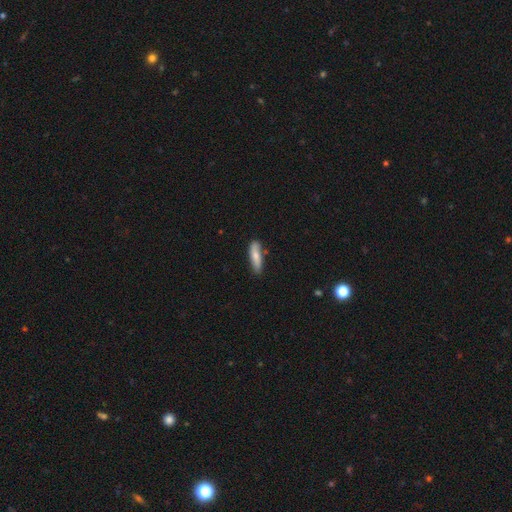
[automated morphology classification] Smooth or featured?
  - smooth: 72% *
  - featured or disk: 22%
  - star or artifact: 6%
How rounded?
  - cigar-shaped: 60% *
  - in between: 38%
  - round: 2%
Merging?
  - none: 72% *
  - minor disturbance: 21%
  - merger: 4%
  - major disturbance: 3%